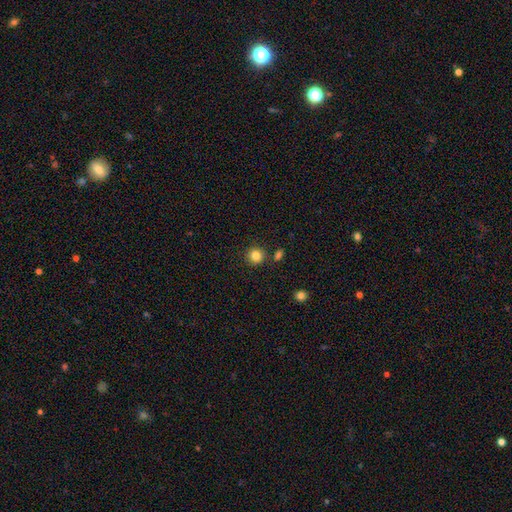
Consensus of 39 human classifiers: smooth 90%, star or artifact 8%, featured or disk 3%. Down the decision tree: how rounded — round (86%); merging — none (75%).